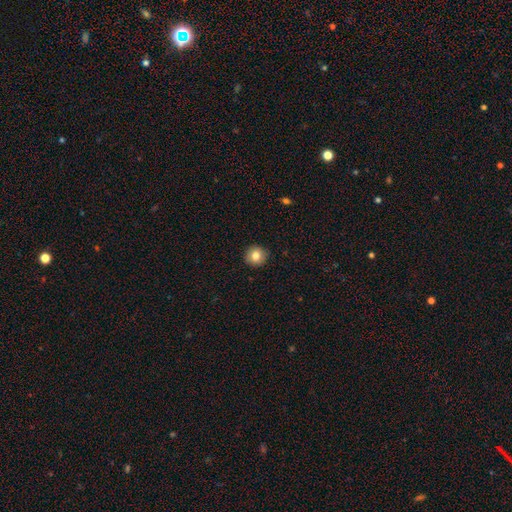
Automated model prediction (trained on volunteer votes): Smooth or featured? Predicted: smooth (p=0.82). How rounded? Predicted: round (p=0.93). Merging? Predicted: none (p=0.92).